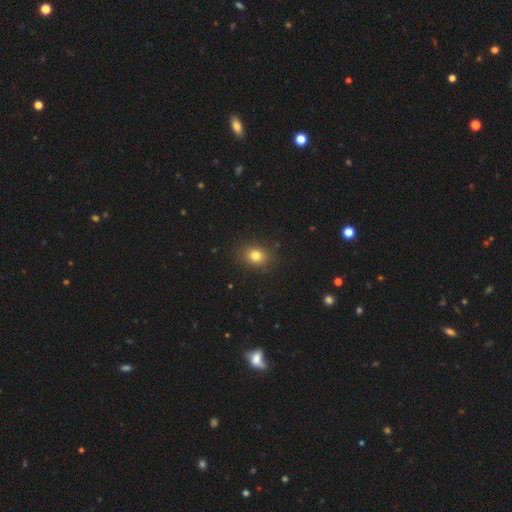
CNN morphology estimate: type=smooth (78%); roundness=round (50%); merging=none (87%).